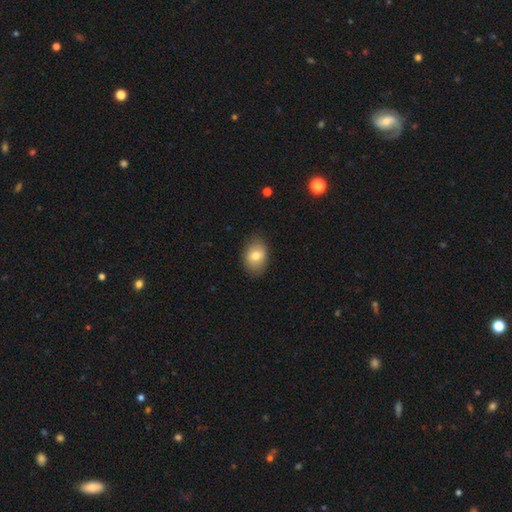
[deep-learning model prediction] A smooth galaxy with no disk features (78%) that is in between round and cigar-shaped (77%).

Vote fractions:
- Smooth or featured? smooth: 78% / featured or disk: 14% / star or artifact: 8%
- How rounded? in between: 77% / round: 22% / cigar-shaped: 1%
- Merging? none: 84% / minor disturbance: 12% / major disturbance: 3% / merger: 1%